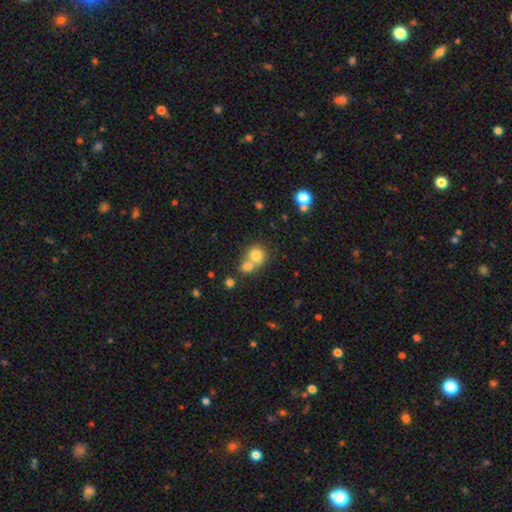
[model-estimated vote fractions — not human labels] Overall: smooth (75%). How rounded: round (81%). Merging: merger (53%; none 37%).